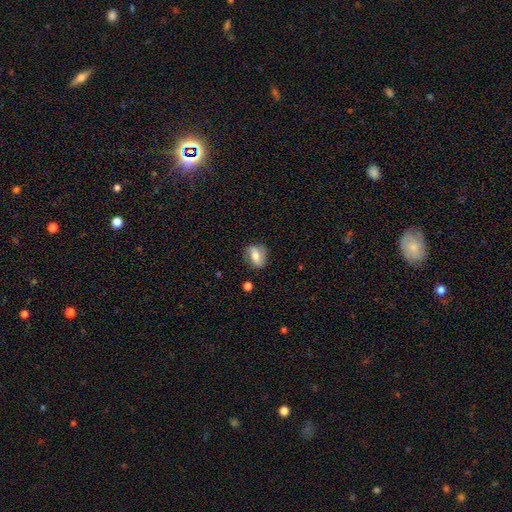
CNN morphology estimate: A featured or disk galaxy (46%, tied with smooth). Merging: none (75%).